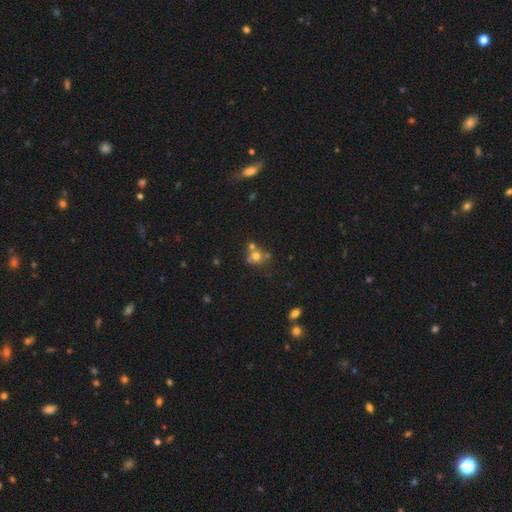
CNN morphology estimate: Smooth or featured?
  - smooth: 65% *
  - featured or disk: 18%
  - star or artifact: 17%
How rounded?
  - round: 82% *
  - in between: 17%
  - cigar-shaped: 1%
Merging?
  - none: 48% *
  - merger: 38%
  - minor disturbance: 10%
  - major disturbance: 5%